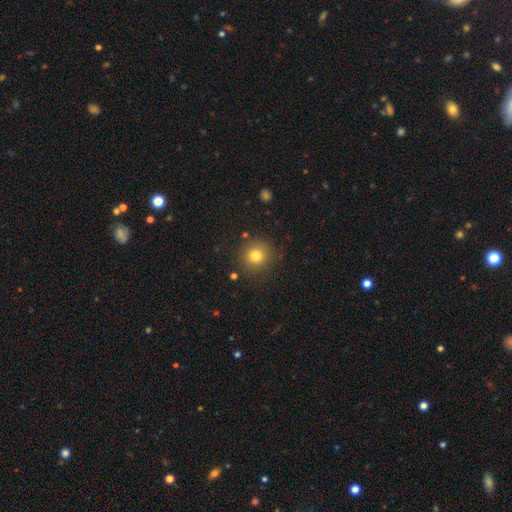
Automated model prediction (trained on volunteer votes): Smooth or featured? Predicted: smooth (p=0.80). How rounded? Predicted: round (p=0.91). Merging? Predicted: none (p=0.86).